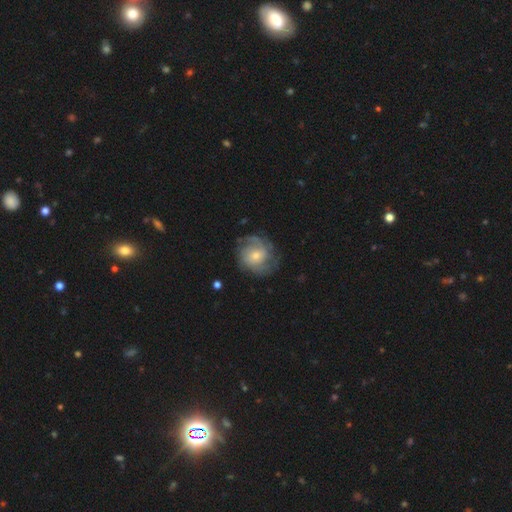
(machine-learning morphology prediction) type=featured or disk (73%); edge-on=no (98%); bar=no (70%); spiral arms=yes (90%); winding=tight (49%); arm count=can't tell (33%); bulge=small (53%); merging=none (71%).